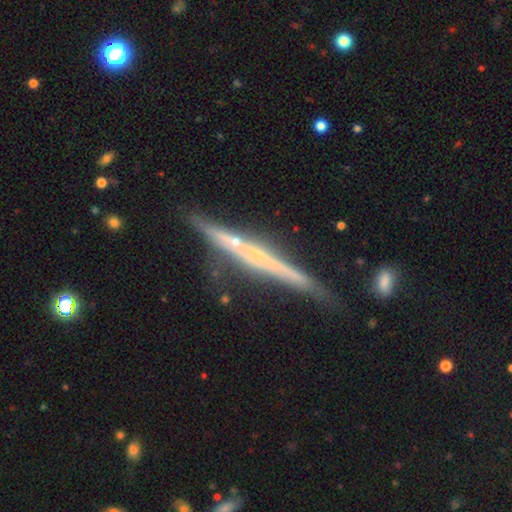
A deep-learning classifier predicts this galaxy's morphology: type=featured or disk (75%); edge-on=yes (97%); edge-on bulge=none (63%); merging=none (76%).